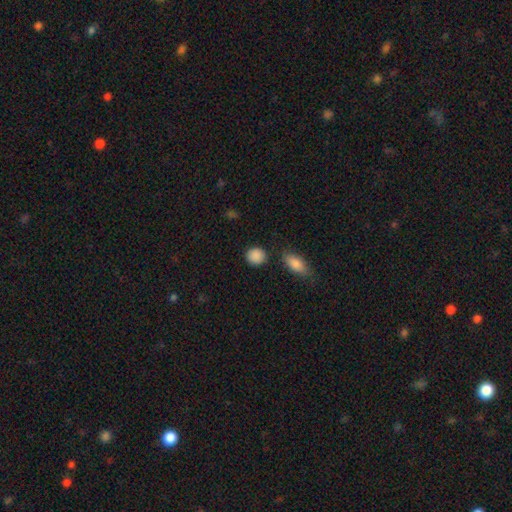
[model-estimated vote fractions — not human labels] smooth 89%, star or artifact 8%, featured or disk 3%. Down the decision tree: how rounded — round (82%); merging — none (84%).